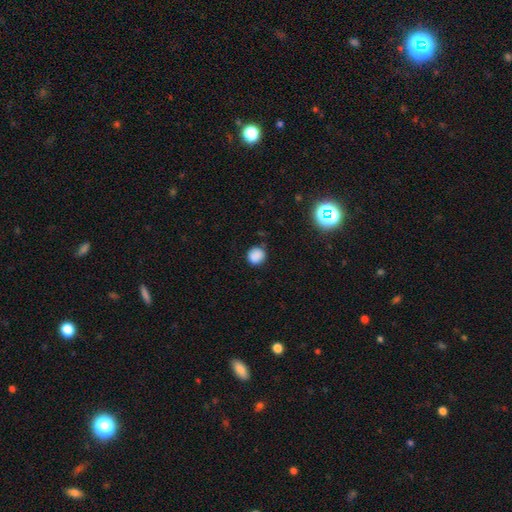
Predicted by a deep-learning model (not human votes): A smooth galaxy with no disk features (85%) that is round (90%).

Vote fractions:
- Smooth or featured? smooth: 85% / star or artifact: 11% / featured or disk: 4%
- How rounded? round: 90% / in between: 9% / cigar-shaped: 1%
- Merging? none: 82% / minor disturbance: 13% / major disturbance: 3% / merger: 2%